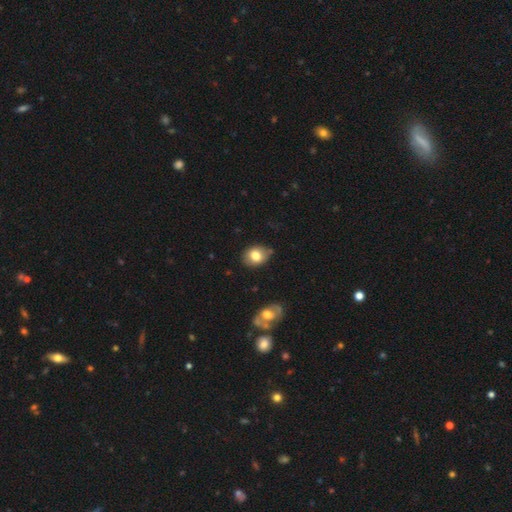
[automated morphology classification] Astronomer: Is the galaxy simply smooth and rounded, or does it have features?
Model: smooth — 77%.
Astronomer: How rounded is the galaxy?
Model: in between — 54% (runner-up: round, 45%).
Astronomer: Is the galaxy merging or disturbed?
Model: none — 75%.